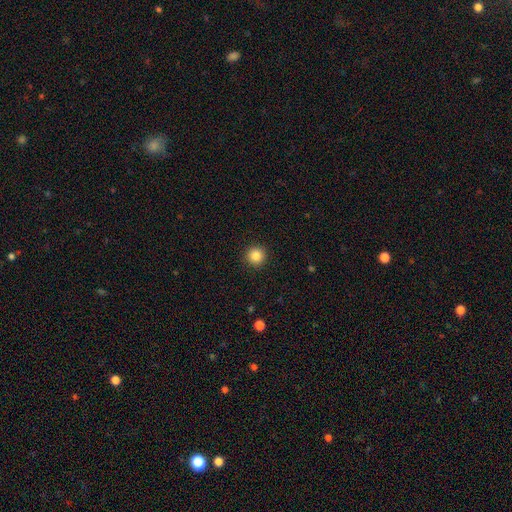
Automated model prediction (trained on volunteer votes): Morphology: type=smooth (85%); roundness=round (95%); merging=none (93%).